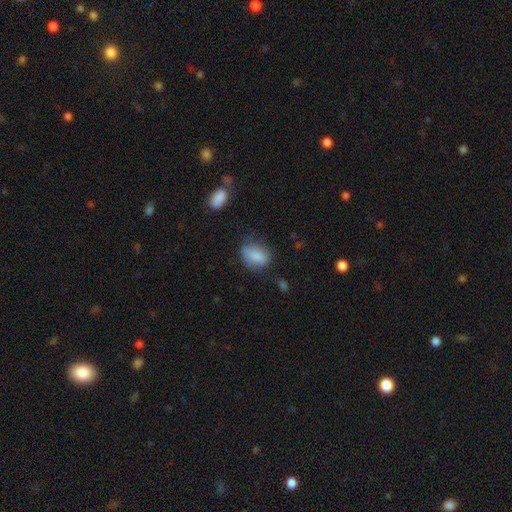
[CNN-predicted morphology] type=smooth (84%); roundness=in between (78%); merging=none (57%).